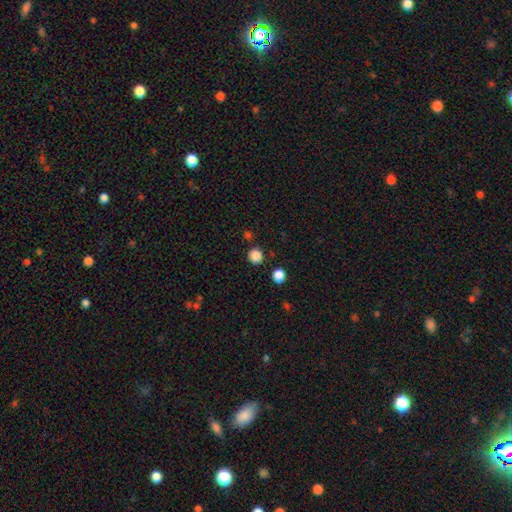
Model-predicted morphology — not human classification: smooth 85%, star or artifact 12%, featured or disk 3%. Down the decision tree: how rounded — round (91%); merging — none (87%).